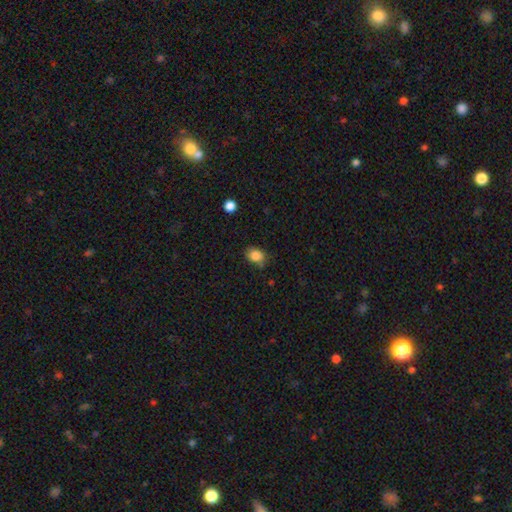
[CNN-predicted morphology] Smooth or featured? Predicted: smooth (p=0.86). How rounded? Predicted: in between (p=0.62). Merging? Predicted: none (p=0.72).